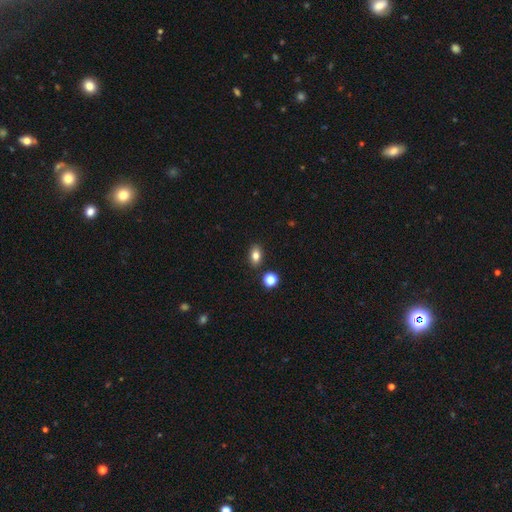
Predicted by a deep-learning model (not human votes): Smooth or featured? Predicted: smooth (p=0.81). How rounded? Predicted: in between (p=0.82). Merging? Predicted: none (p=0.86).